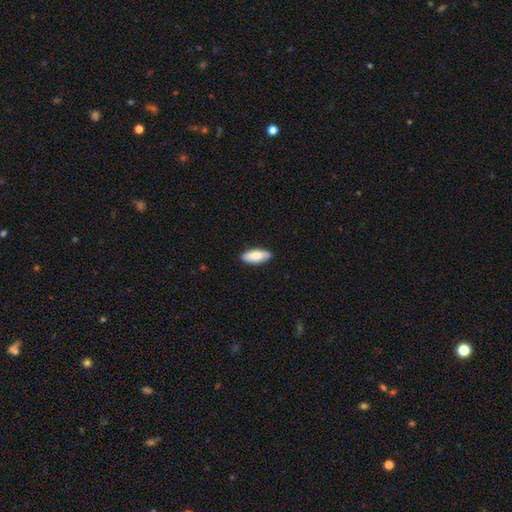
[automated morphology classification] Overall: smooth (81%). How rounded: in between (76%). Merging: none (89%).